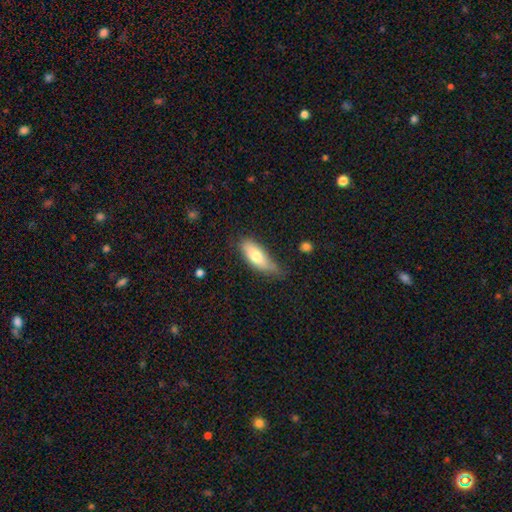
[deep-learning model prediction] The model was most divided on "merging": none: 54%, minor disturbance: 34%, major disturbance: 9%, merger: 3%. More confident: smooth or featured — smooth (72%); how rounded — in between (70%).